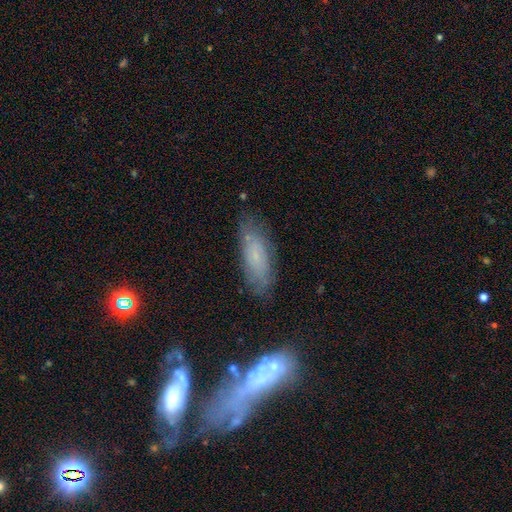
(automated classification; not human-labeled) Overall: smooth (59%; featured or disk 31%). How rounded: in between (63%; cigar-shaped 34%). Merging: none (73%).